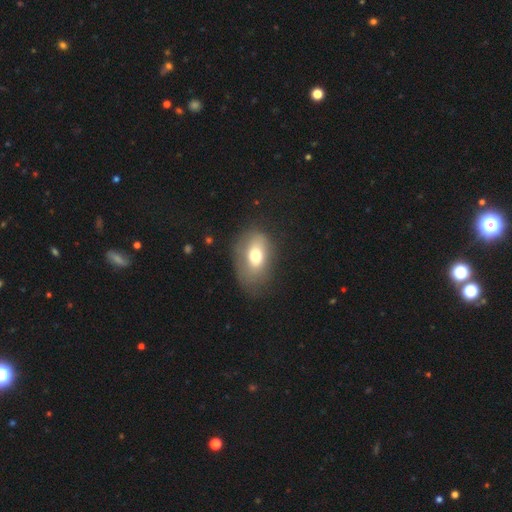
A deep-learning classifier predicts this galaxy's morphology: Q: Smooth or featured?
A: smooth (67%); runner-up: featured or disk (24%)
Q: How rounded?
A: in between (81%); runner-up: round (17%)
Q: Merging?
A: none (57%); runner-up: minor disturbance (25%)